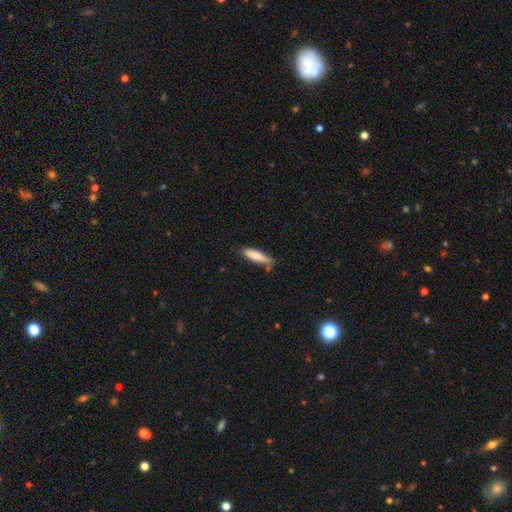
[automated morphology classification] A smooth galaxy with no disk features (78%) that is cigar-shaped (74%).

Vote fractions:
- Smooth or featured? smooth: 78% / featured or disk: 16% / star or artifact: 6%
- How rounded? cigar-shaped: 74% / in between: 25% / round: 1%
- Merging? none: 72% / minor disturbance: 20% / merger: 5% / major disturbance: 3%